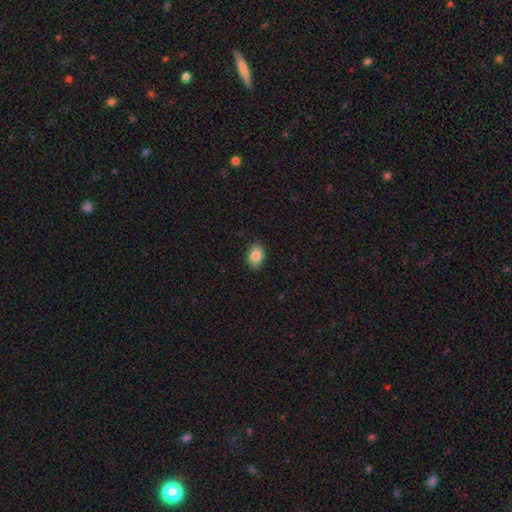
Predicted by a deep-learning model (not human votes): smooth-or-featured: smooth: 85% | star or artifact: 8% | featured or disk: 7%
  how-rounded: in between: 81% | round: 18% | cigar-shaped: 1%
  merging: none: 87% | minor disturbance: 10% | major disturbance: 2% | merger: 1%